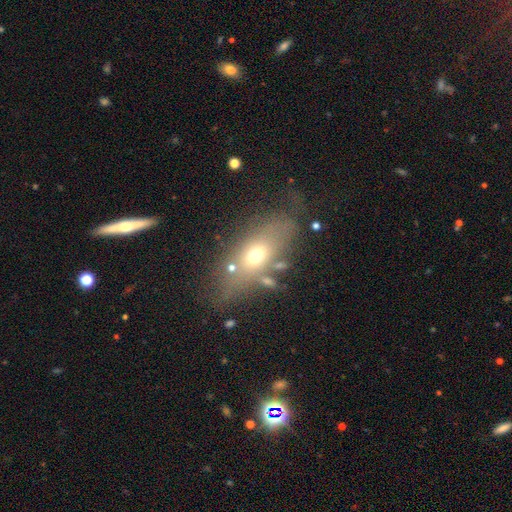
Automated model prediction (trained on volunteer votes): Smooth or featured: smooth — 55% (featured or disk — 32%)
How rounded: in between — 73% (cigar-shaped — 18%)
Merging: none — 56% (minor disturbance — 20%)